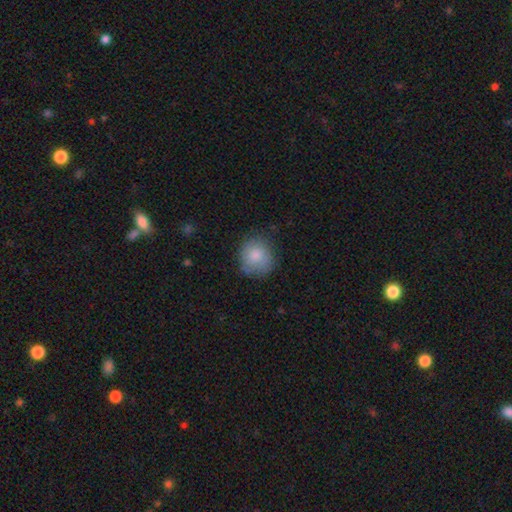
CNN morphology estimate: smooth-or-featured: smooth: 83% | featured or disk: 9% | star or artifact: 8%
  how-rounded: round: 85% | in between: 14% | cigar-shaped: 1%
  merging: none: 75% | minor disturbance: 18% | major disturbance: 5% | merger: 1%